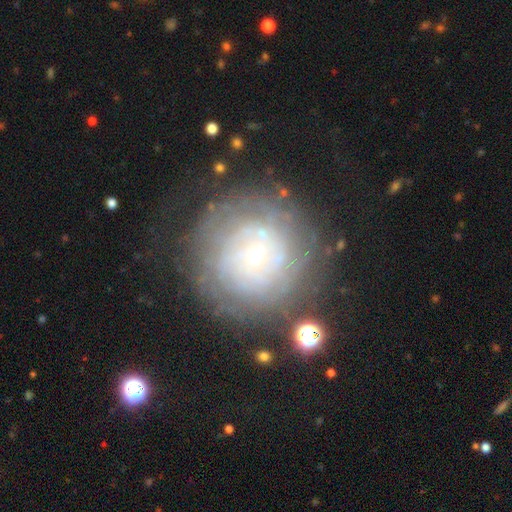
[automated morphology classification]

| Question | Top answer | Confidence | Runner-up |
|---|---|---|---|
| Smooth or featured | featured or disk | 66% | smooth (24%) |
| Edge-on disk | no | 97% | yes (3%) |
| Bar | no | 70% | weak (24%) |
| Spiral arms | yes | 75% | no (25%) |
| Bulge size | small | 79% | moderate (15%) |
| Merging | none | 76% | minor disturbance (14%) |